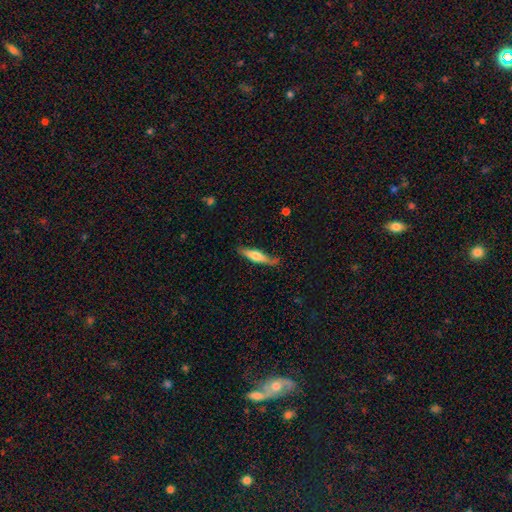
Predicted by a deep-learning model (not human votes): Smooth or featured?
  - smooth: 53% *
  - featured or disk: 42%
  - star or artifact: 6%
How rounded?
  - cigar-shaped: 79% *
  - in between: 19%
  - round: 2%
Merging?
  - none: 71% *
  - minor disturbance: 22%
  - major disturbance: 5%
  - merger: 2%